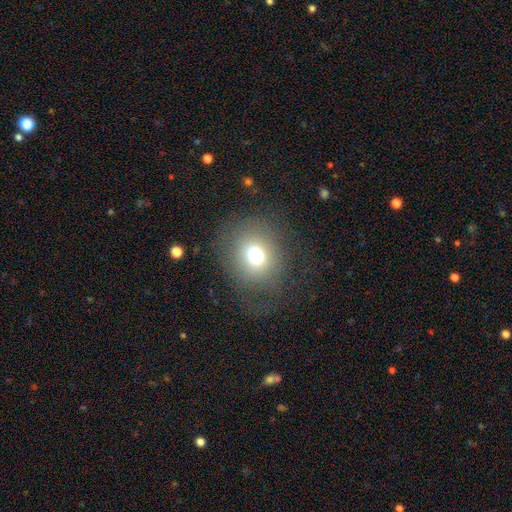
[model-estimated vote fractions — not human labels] This appears to be a smooth galaxy with no disk features (70%) that is round (79%). Merging: none (70%).